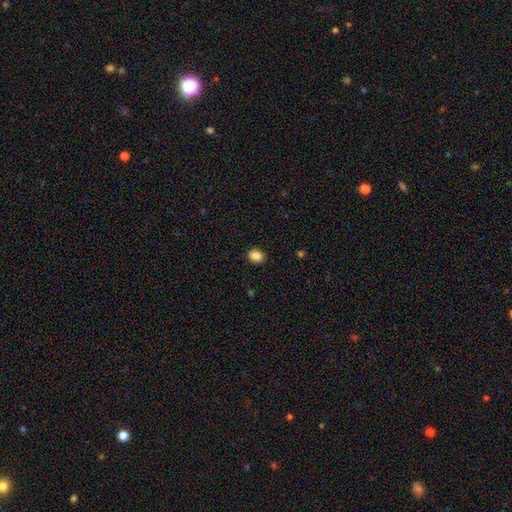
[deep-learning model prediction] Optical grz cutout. It shows a smooth galaxy with no disk features (87%) that is in between round and cigar-shaped (58%). Merging: none (90%).